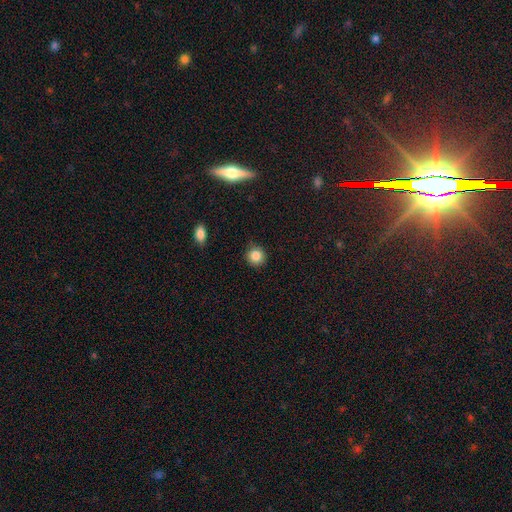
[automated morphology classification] Overall: smooth (85%). How rounded: round (91%). Merging: none (87%).